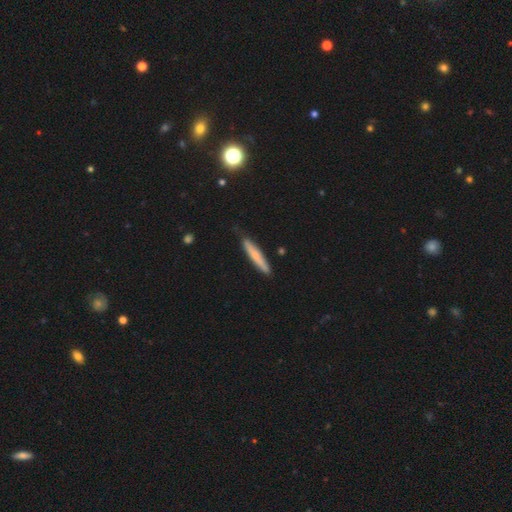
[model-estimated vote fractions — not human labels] Morphology: type=smooth (65%); roundness=cigar-shaped (93%); merging=none (79%).